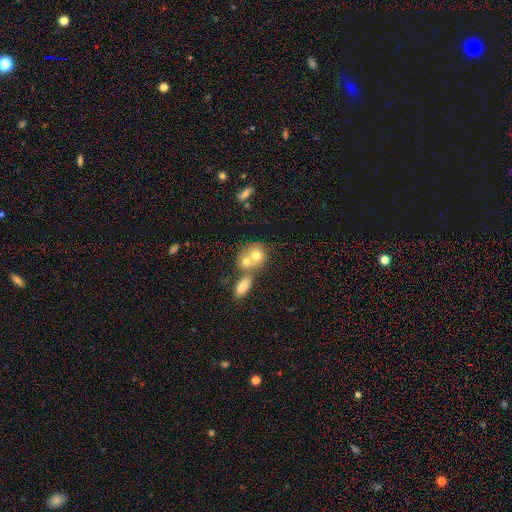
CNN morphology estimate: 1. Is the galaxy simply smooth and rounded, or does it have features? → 69% smooth, 21% featured or disk, 10% star or artifact.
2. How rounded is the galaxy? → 66% round, 33% in between, 1% cigar-shaped.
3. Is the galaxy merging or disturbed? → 60% merger, 29% none, 7% minor disturbance, 3% major disturbance.